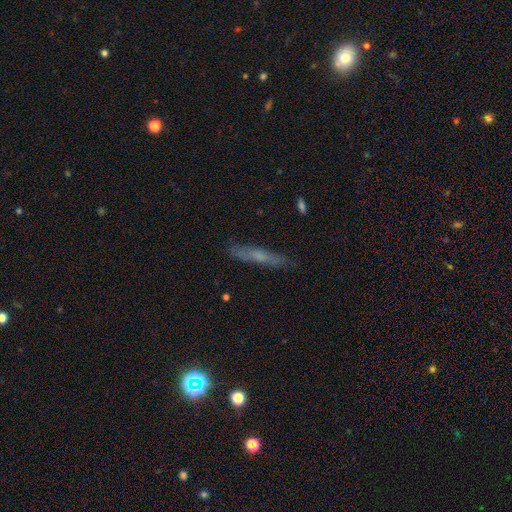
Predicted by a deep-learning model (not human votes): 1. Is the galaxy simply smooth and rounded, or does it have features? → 45% featured or disk, 42% smooth, 13% star or artifact.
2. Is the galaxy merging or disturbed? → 84% none, 12% minor disturbance, 3% major disturbance, 2% merger.